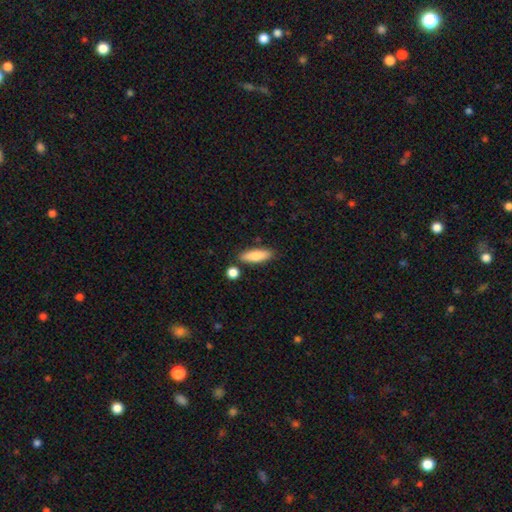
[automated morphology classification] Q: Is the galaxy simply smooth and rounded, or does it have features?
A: smooth — 83%.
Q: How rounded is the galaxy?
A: in between — 53%.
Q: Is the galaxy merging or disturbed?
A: none — 80%.